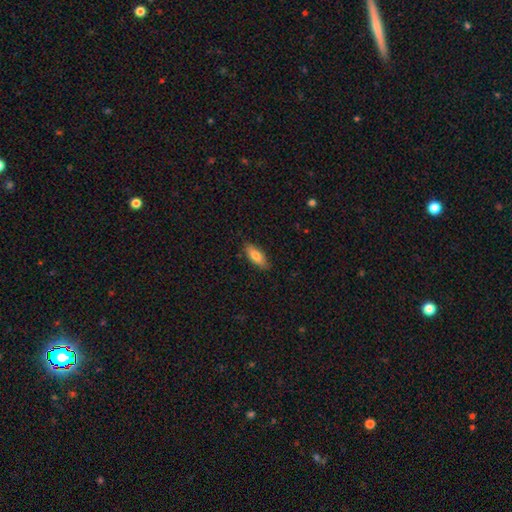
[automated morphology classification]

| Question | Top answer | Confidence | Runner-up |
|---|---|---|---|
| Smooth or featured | smooth | 78% | featured or disk (16%) |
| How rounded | in between | 75% | cigar-shaped (23%) |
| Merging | none | 85% | minor disturbance (12%) |